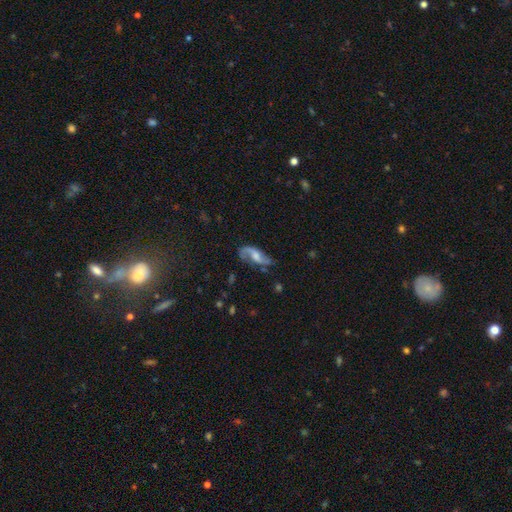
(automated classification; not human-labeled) A featured or disk galaxy (74%) with no bar (51%), 2 (84%) loose (65%) spiral arms (92%) and a moderate central bulge (48%).

Vote fractions:
- Smooth or featured? featured or disk: 74% / smooth: 19% / star or artifact: 7%
- Edge-on disk? no: 93% / yes: 7%
- Bar? no: 51% / weak: 38% / strong: 10%
- Spiral arms? yes: 92% / no: 8%
- Spiral winding? loose: 65% / medium: 28% / tight: 8%
- Spiral arm count? 2: 84% / 1: 8% / can't tell: 5% / 3: 1% / 4: 1% / more than 4: 1%
- Bulge size? moderate: 48% / small: 26% / large: 13% / none: 11% / dominant: 2%
- Merging? none: 60% / minor disturbance: 23% / major disturbance: 14% / merger: 3%